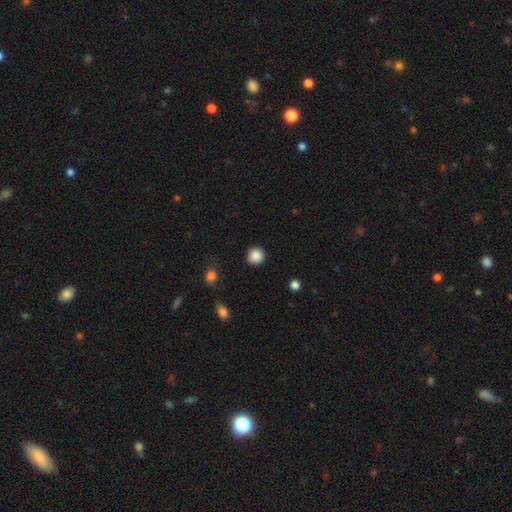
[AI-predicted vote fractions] Smooth or featured? smooth (88%)
How rounded? round (93%)
Merging? none (90%)